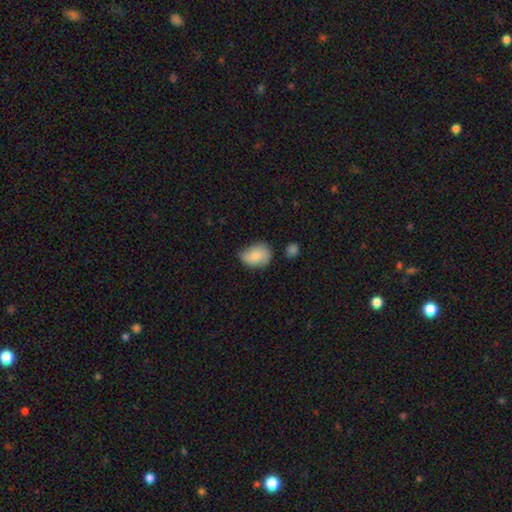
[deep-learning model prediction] A smooth galaxy with no disk features (77%) that is in between round and cigar-shaped (72%). Merging: none (53%).